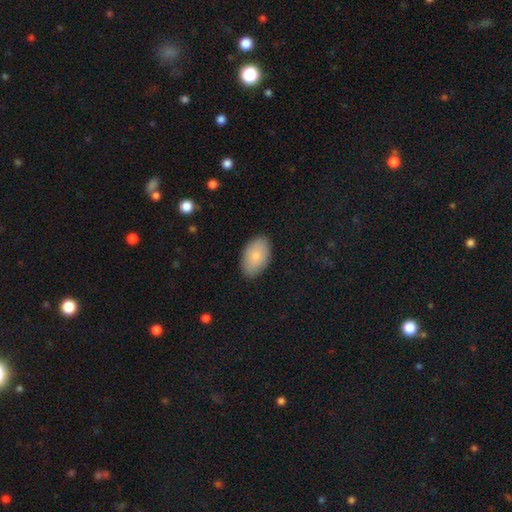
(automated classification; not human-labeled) Smooth or featured? Predicted: smooth (p=0.82). How rounded? Predicted: in between (p=0.93). Merging? Predicted: none (p=0.87).